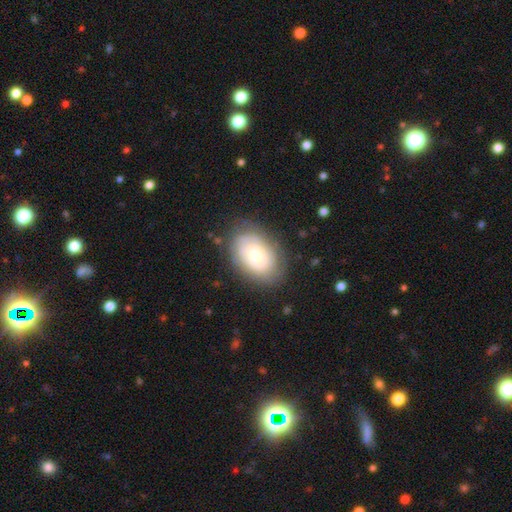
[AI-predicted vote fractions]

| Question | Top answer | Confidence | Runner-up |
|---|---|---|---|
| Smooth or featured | smooth | 49% | featured or disk (43%) |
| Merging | none | 74% | minor disturbance (17%) |